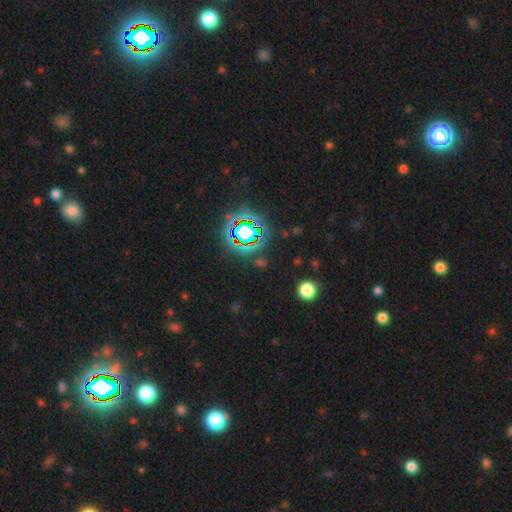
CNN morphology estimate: A star or artifact, not a galaxy (80%).

Vote fractions:
- Smooth or featured? star or artifact: 80% / smooth: 12% / featured or disk: 8%